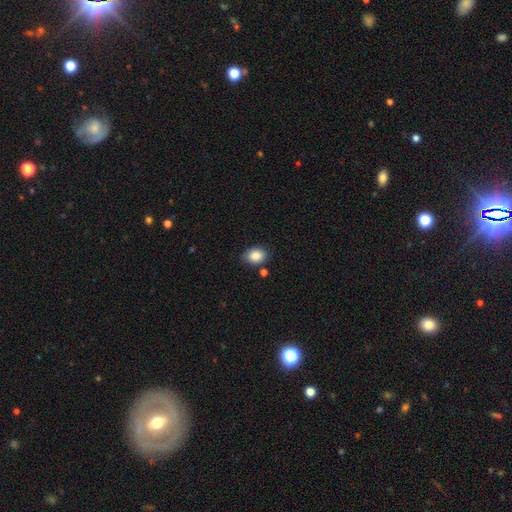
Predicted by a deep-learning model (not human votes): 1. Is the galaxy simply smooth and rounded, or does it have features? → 87% smooth, 8% star or artifact, 5% featured or disk.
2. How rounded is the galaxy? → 56% in between, 43% round, 1% cigar-shaped.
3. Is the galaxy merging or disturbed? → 76% none, 16% minor disturbance, 5% merger, 3% major disturbance.